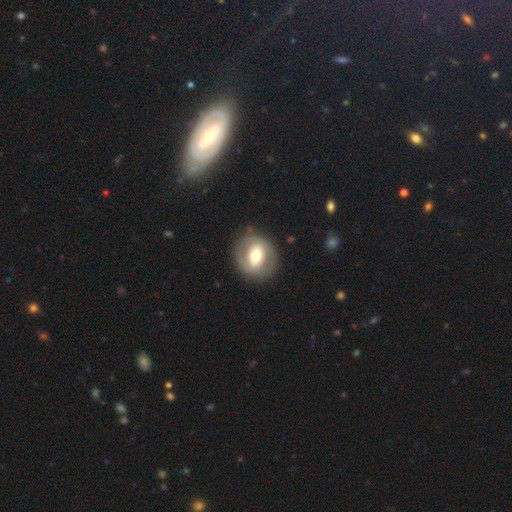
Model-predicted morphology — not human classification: Q: Smooth or featured?
A: smooth (48%); runner-up: featured or disk (45%)
Q: Merging?
A: none (82%); runner-up: minor disturbance (11%)